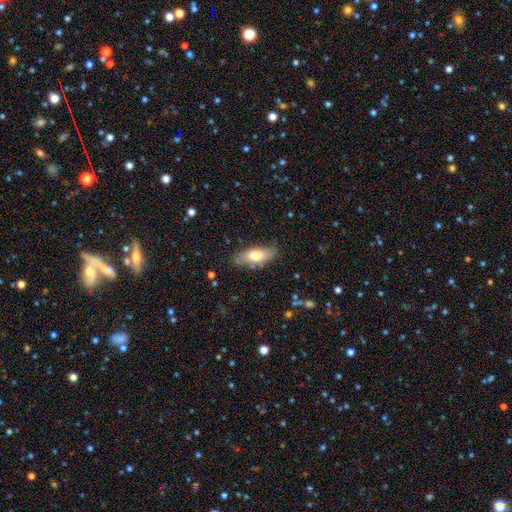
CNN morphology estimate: Overall: smooth (74%). How rounded: in between (78%). Merging: none (77%).